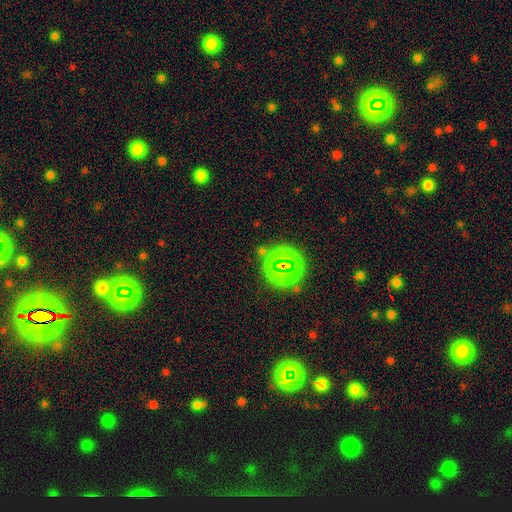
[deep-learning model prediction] smooth-or-featured: star or artifact: 66% | smooth: 23% | featured or disk: 11%